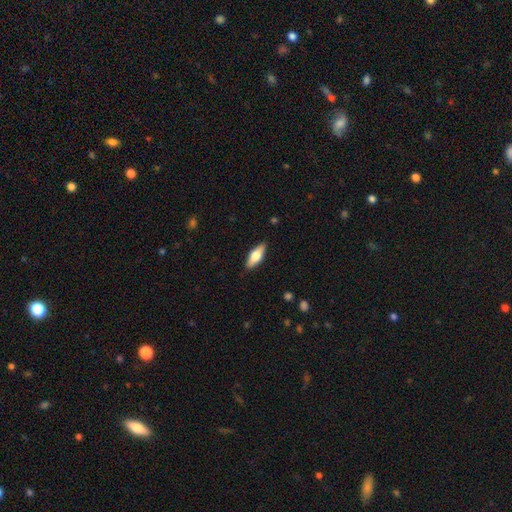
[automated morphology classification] smooth 56%, featured or disk 38%, star or artifact 6%. Down the decision tree: how rounded — in between (68%); merging — none (88%).